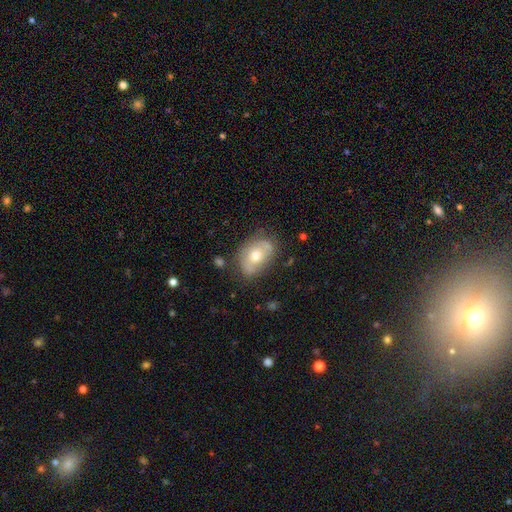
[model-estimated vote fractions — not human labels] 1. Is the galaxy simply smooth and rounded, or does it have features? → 54% smooth, 38% featured or disk, 8% star or artifact.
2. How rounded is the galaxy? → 82% in between, 16% round, 2% cigar-shaped.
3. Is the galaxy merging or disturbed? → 67% none, 23% minor disturbance, 6% major disturbance, 3% merger.